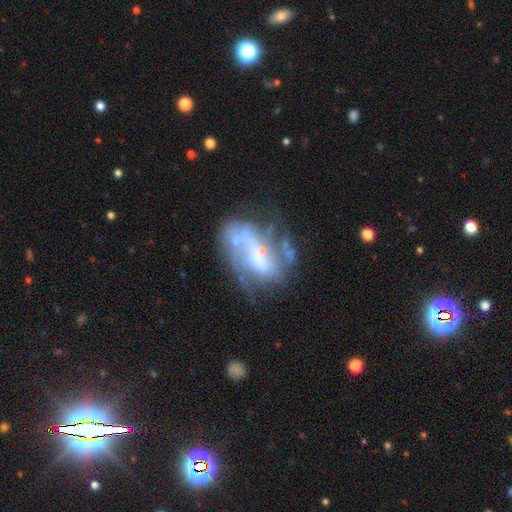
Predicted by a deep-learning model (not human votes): This appears to be a featured or disk galaxy (72%) with no bar (52%), spiral arms (63%) and a small central bulge (40%). Merging: none (38%).